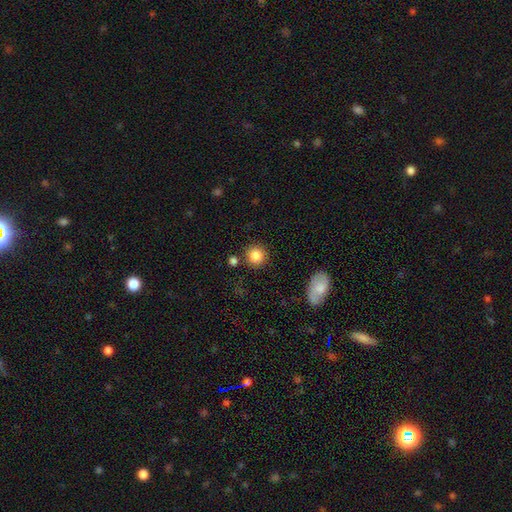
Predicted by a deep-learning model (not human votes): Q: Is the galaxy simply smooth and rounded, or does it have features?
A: smooth — 85%.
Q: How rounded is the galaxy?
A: round — 92%.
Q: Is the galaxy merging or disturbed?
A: none — 85%.